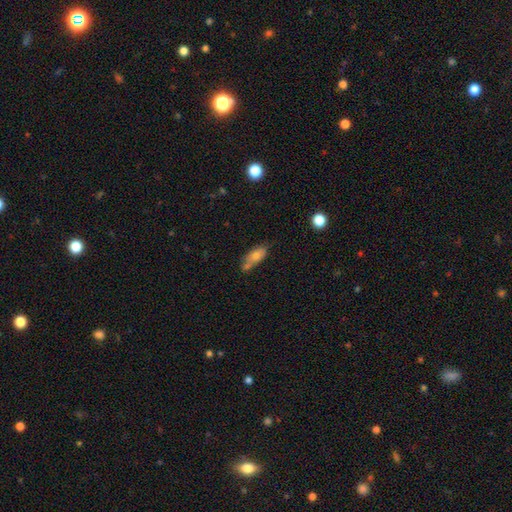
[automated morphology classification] This is likely a smooth galaxy (68%). How rounded: likely in between (73%). Merging: possibly none (52%).